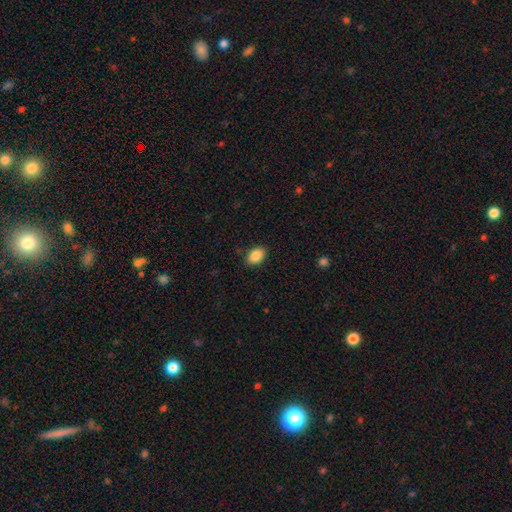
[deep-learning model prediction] Smooth or featured? Predicted: smooth (p=0.88). How rounded? Predicted: in between (p=0.81). Merging? Predicted: none (p=0.87).